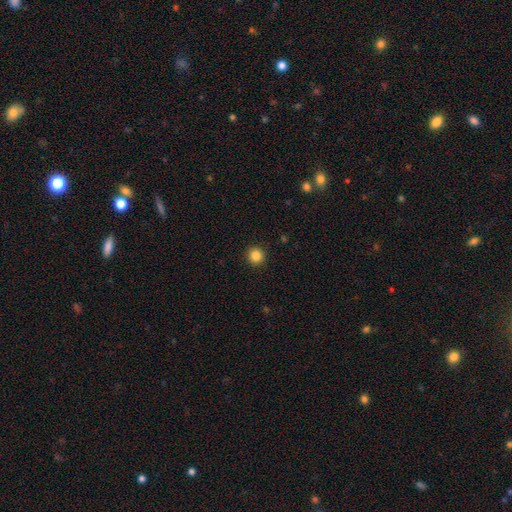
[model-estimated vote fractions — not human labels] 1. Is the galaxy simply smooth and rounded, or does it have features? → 85% smooth, 11% star or artifact, 4% featured or disk.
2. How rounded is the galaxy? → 94% round, 5% in between, 1% cigar-shaped.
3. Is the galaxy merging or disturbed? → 93% none, 5% minor disturbance, 2% major disturbance, 1% merger.